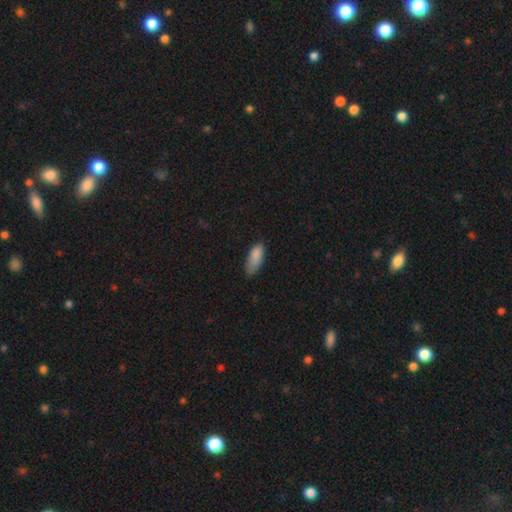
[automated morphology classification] This appears to be a smooth galaxy with no disk features (86%) that is in between round and cigar-shaped (78%). Merging: none (55%).